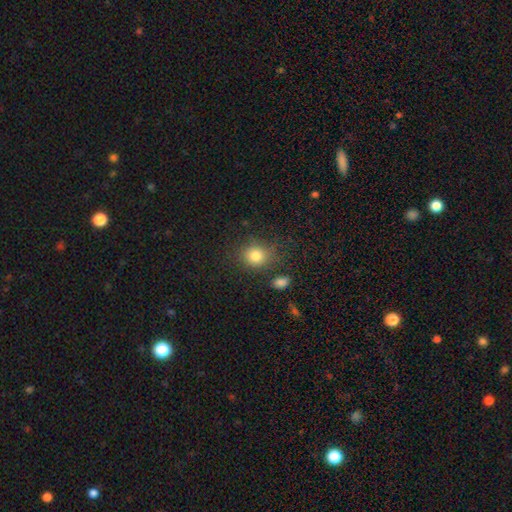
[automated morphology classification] type=smooth (82%); roundness=round (76%); merging=none (76%).